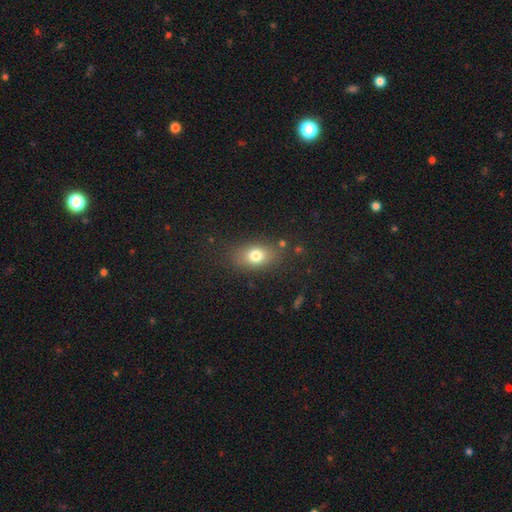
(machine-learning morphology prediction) smooth_or_featured: smooth (p=0.76) [alt: featured or disk p=0.12]
how_rounded: in between (p=0.75) [alt: round p=0.22]
merging: none (p=0.81) [alt: minor disturbance p=0.12]